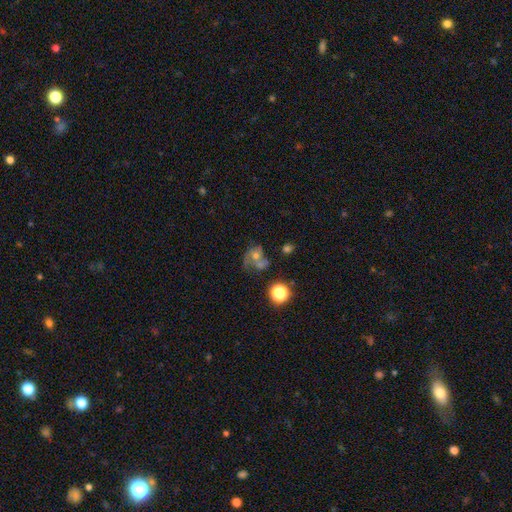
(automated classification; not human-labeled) A smooth galaxy with no disk features (44%). Merging: merger (37%).